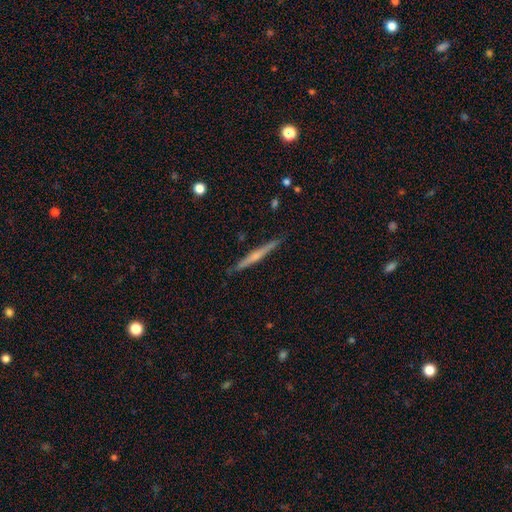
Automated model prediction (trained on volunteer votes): This appears to be a featured or disk galaxy (63%) viewed edge-on (98%) with a rounded central bulge (54%). Merging: none (90%).